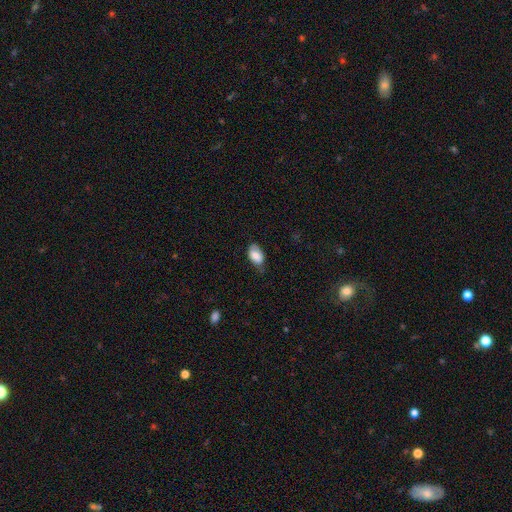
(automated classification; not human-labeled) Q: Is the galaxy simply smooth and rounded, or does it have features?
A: smooth — 80%.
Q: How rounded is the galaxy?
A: in between — 92%.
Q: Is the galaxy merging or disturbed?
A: none — 57%.